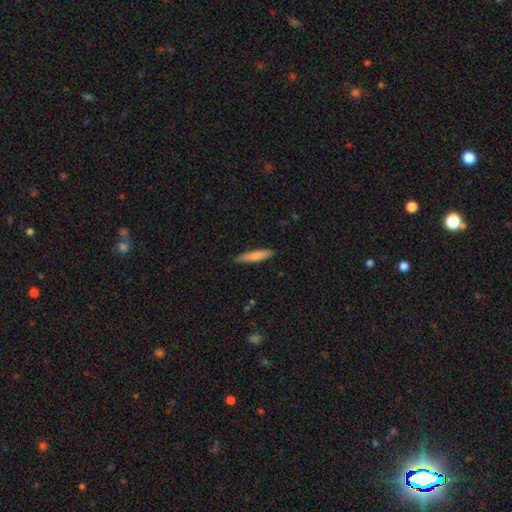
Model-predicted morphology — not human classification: smooth 77%, featured or disk 17%, star or artifact 6%. Down the decision tree: how rounded — cigar-shaped (87%); merging — none (87%).